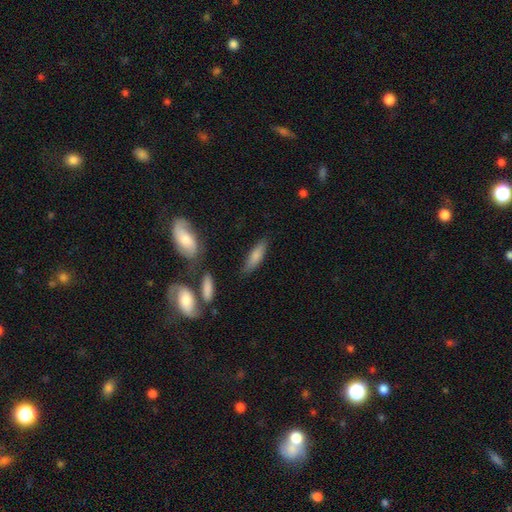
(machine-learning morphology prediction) A smooth galaxy with no disk features (79%) that is cigar-shaped (52%). Merging: none (78%).